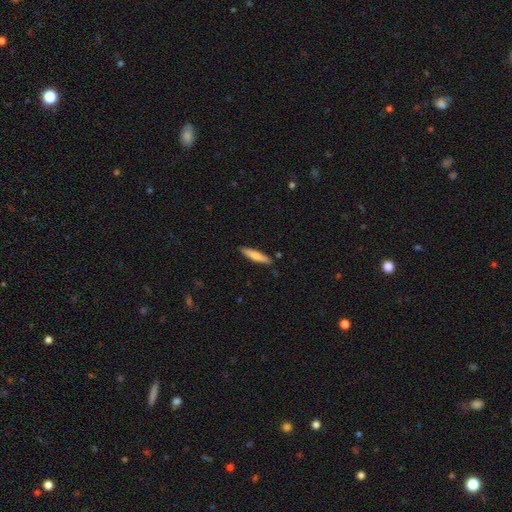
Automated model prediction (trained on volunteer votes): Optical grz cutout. It shows a smooth galaxy with no disk features (71%) that is cigar-shaped (88%). Merging: none (88%).